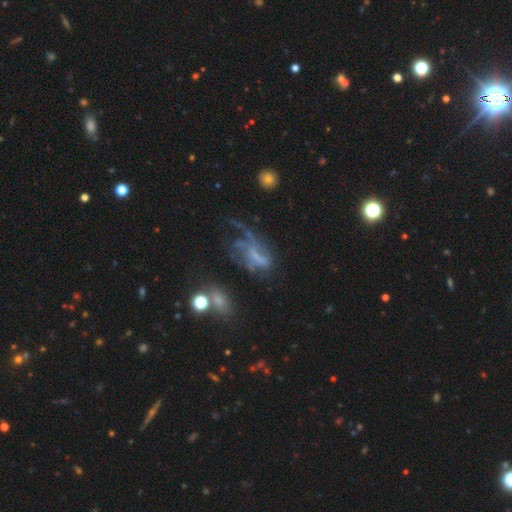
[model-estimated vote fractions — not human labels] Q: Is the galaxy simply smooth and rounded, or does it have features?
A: featured or disk — 61%.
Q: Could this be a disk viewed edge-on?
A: no — 94%.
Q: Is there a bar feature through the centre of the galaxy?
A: no — 60%.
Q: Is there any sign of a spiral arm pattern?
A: yes — 57%.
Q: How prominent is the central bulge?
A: none — 65%.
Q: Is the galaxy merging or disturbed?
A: major disturbance — 49%.